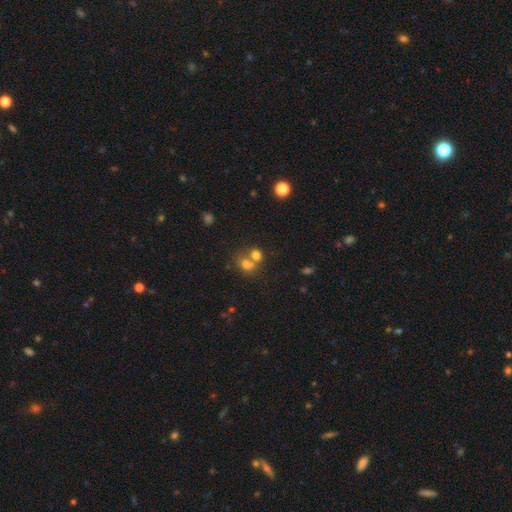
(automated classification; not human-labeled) Smooth or featured? smooth (70%)
How rounded? round (61%)
Merging? merger (55%)